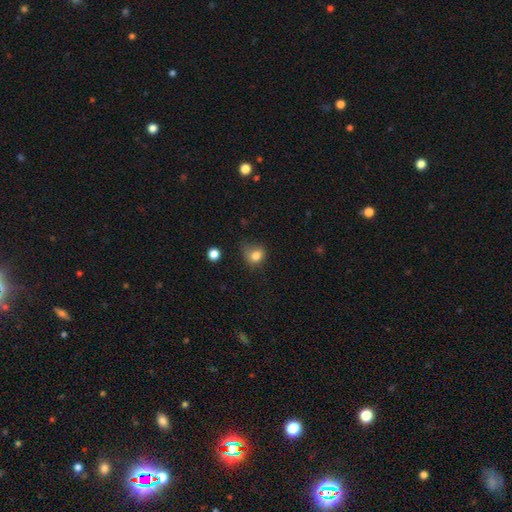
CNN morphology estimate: Overall: smooth (80%). How rounded: round (65%; in between 34%). Merging: none (48%; minor disturbance 34%).